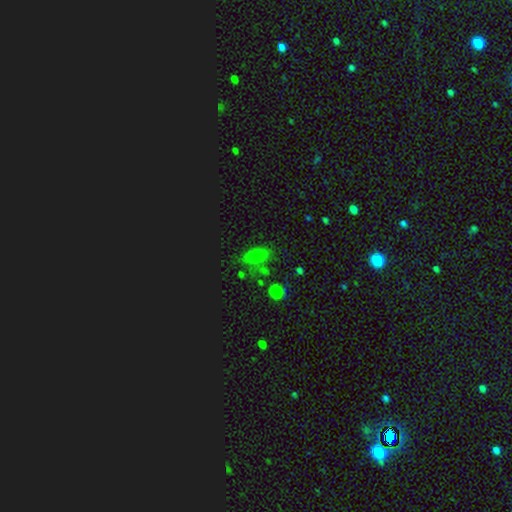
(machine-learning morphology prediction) Smooth or featured?
  - smooth: 63% *
  - star or artifact: 23%
  - featured or disk: 14%
How rounded?
  - in between: 76% *
  - round: 13%
  - cigar-shaped: 10%
Merging?
  - none: 60% *
  - minor disturbance: 21%
  - merger: 10%
  - major disturbance: 9%